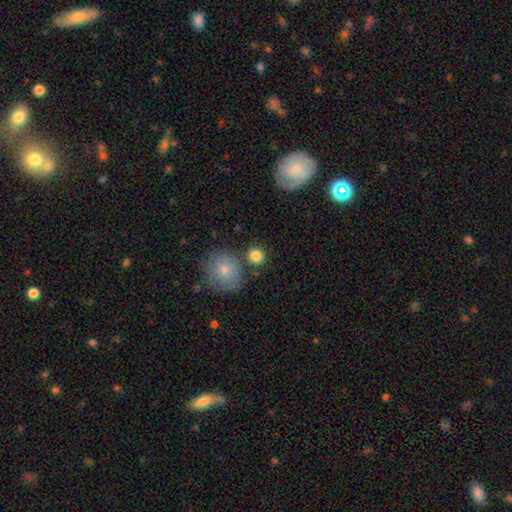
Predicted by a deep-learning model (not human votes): smooth-or-featured: smooth: 84% | star or artifact: 10% | featured or disk: 6%
  how-rounded: round: 90% | in between: 9% | cigar-shaped: 1%
  merging: none: 77% | merger: 11% | minor disturbance: 9% | major disturbance: 3%